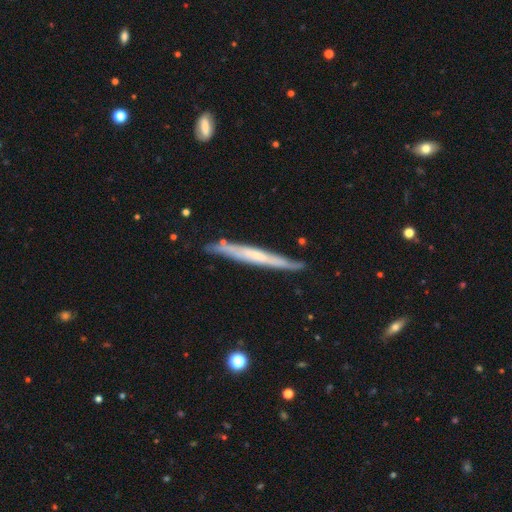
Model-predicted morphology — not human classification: Smooth or featured? featured or disk (58%)
Edge-on disk? yes (91%)
Edge-on bulge? none (72%)
Merging? none (81%)